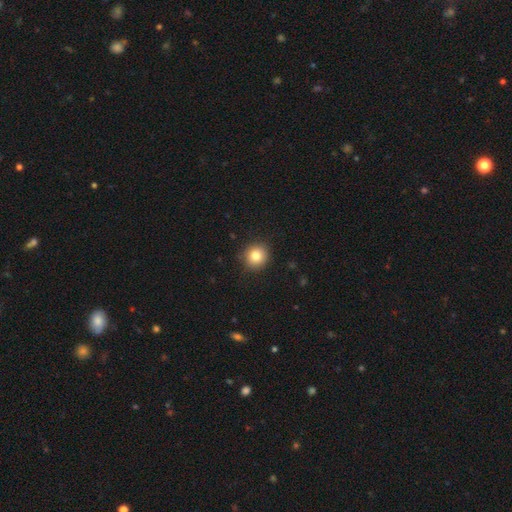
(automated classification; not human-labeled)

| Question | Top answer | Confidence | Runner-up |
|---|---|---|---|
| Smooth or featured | smooth | 82% | star or artifact (10%) |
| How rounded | round | 90% | in between (9%) |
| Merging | none | 90% | minor disturbance (7%) |